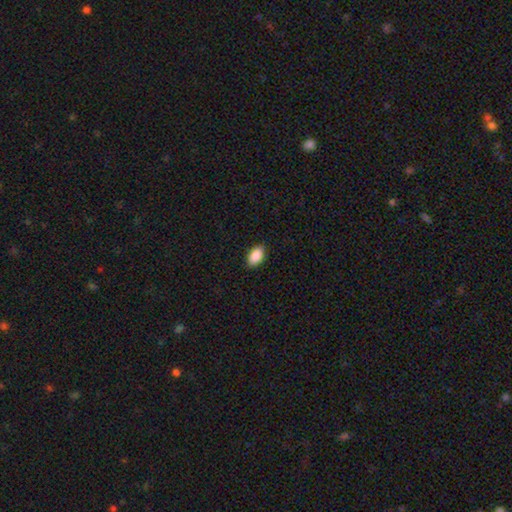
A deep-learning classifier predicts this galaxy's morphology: Smooth or featured: smooth — 90% (star or artifact — 7%)
How rounded: in between — 94% (round — 4%)
Merging: none — 89% (minor disturbance — 8%)